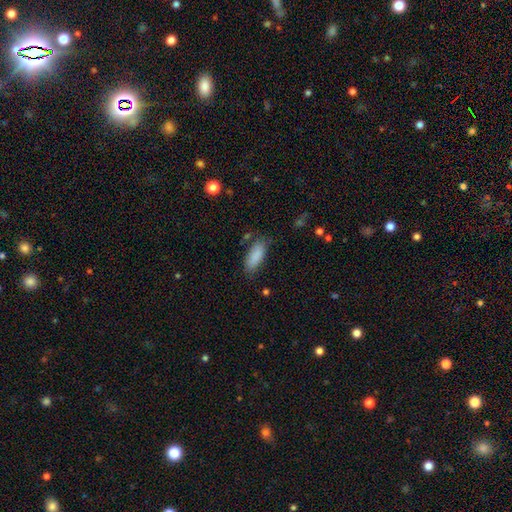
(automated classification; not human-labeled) smooth 87%, star or artifact 6%, featured or disk 6%. Down the decision tree: how rounded — in between (79%); merging — none (72%).